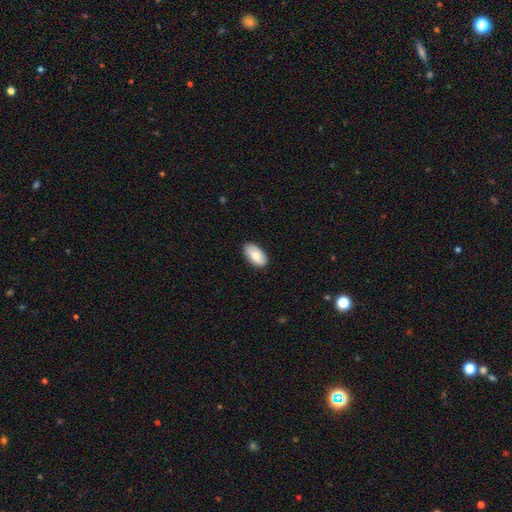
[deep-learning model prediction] The model was most divided on "smooth or featured": smooth: 79%, featured or disk: 15%, star or artifact: 6%. More confident: how rounded — in between (95%); merging — none (87%).